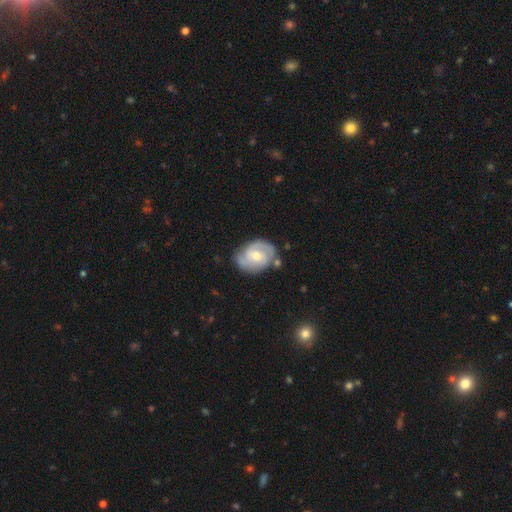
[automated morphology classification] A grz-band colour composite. It shows a featured or disk galaxy (76%) with no bar (54%), 2 (71%) tight (47%) spiral arms (92%) and a moderate central bulge (58%). Merging: none (67%).